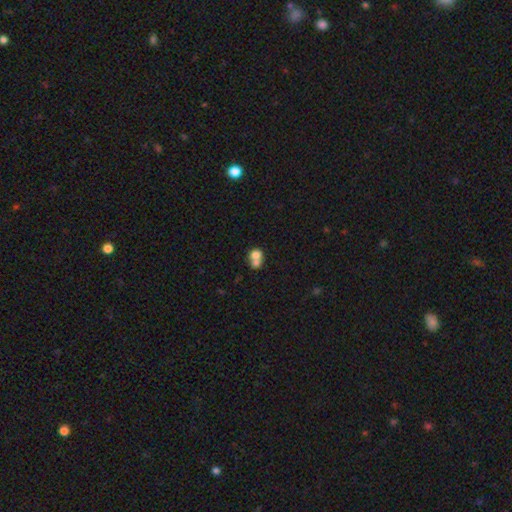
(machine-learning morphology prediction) This is likely a smooth galaxy (72%). How rounded: likely round (65%). Merging: likely merger (66%).